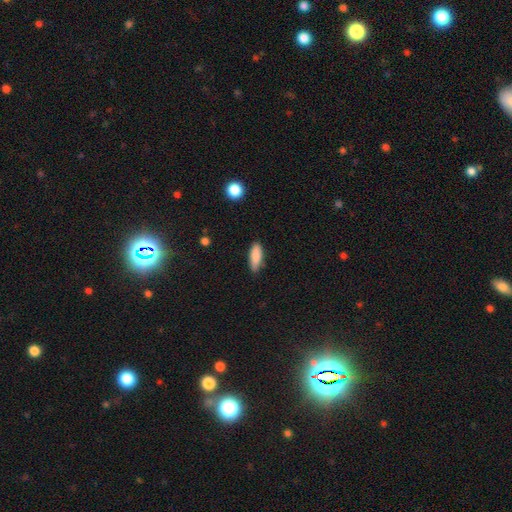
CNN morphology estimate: type=smooth (87%); roundness=in between (63%); merging=none (80%).